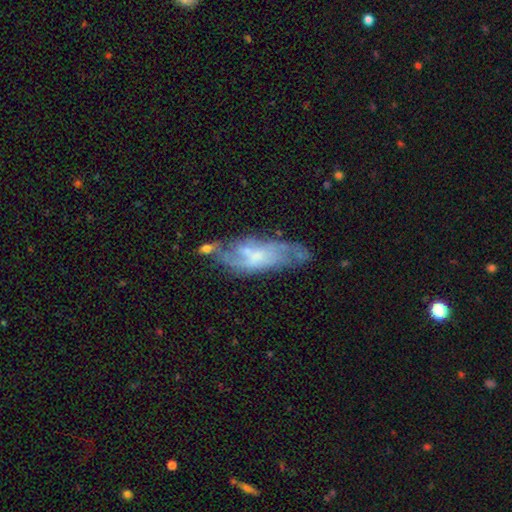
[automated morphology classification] A featured or disk galaxy (67%) with no bar (54%), spiral arms (72%) and a small central bulge (44%).

Vote fractions:
- Smooth or featured? featured or disk: 67% / smooth: 25% / star or artifact: 7%
- Edge-on disk? no: 87% / yes: 13%
- Bar? no: 54% / weak: 37% / strong: 9%
- Spiral arms? yes: 72% / no: 28%
- Bulge size? small: 44% / moderate: 27% / none: 24% / large: 4% / dominant: 1%
- Merging? none: 48% / minor disturbance: 24% / major disturbance: 17% / merger: 11%